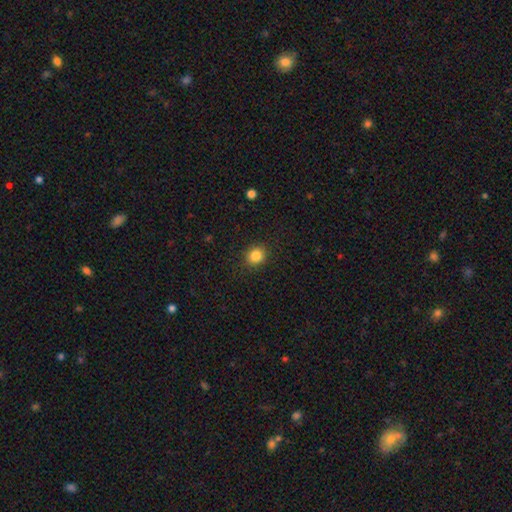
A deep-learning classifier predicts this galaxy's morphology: smooth-or-featured: smooth: 84% | star or artifact: 11% | featured or disk: 5%
  how-rounded: round: 75% | in between: 24% | cigar-shaped: 1%
  merging: none: 88% | minor disturbance: 8% | major disturbance: 3% | merger: 1%